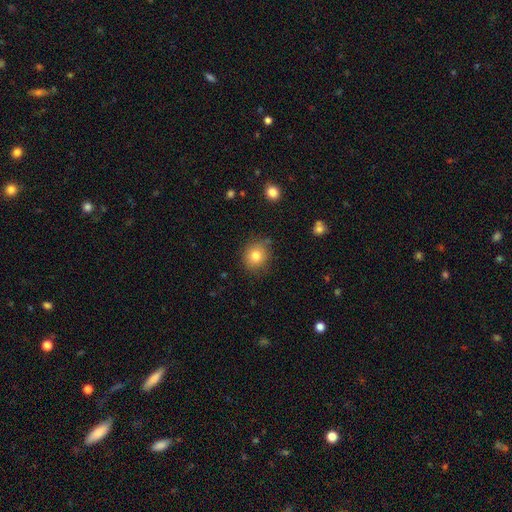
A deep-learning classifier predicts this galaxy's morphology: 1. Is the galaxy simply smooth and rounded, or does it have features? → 79% smooth, 11% star or artifact, 9% featured or disk.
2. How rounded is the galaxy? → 80% round, 19% in between, 1% cigar-shaped.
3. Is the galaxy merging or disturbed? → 80% none, 14% minor disturbance, 3% major disturbance, 2% merger.